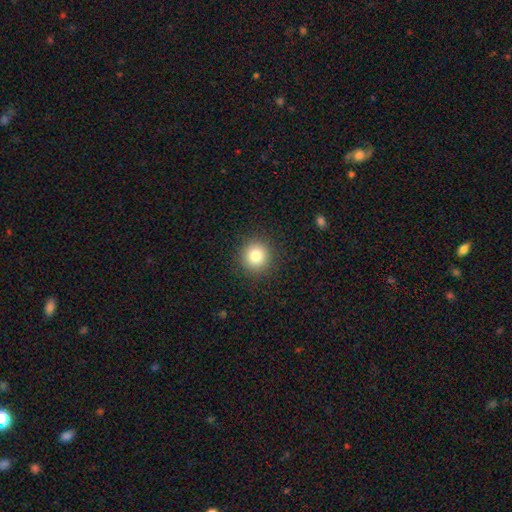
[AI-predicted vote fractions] smooth 81%, star or artifact 12%, featured or disk 7%. Down the decision tree: how rounded — round (94%); merging — none (91%).